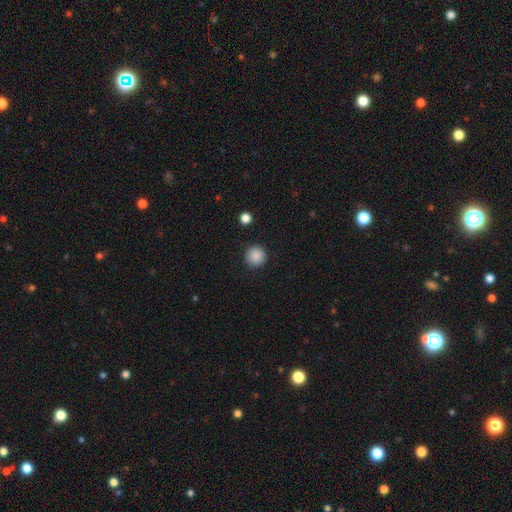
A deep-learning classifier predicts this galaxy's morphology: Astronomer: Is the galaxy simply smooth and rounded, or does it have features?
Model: smooth — 88%.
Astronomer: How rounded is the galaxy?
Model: round — 95%.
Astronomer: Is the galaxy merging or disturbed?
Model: none — 92%.